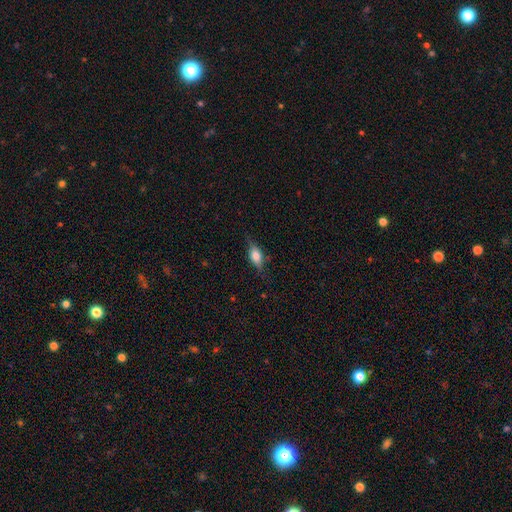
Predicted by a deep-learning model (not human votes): This is likely a smooth galaxy (60%). How rounded: likely in between (77%). Merging: likely none (73%).